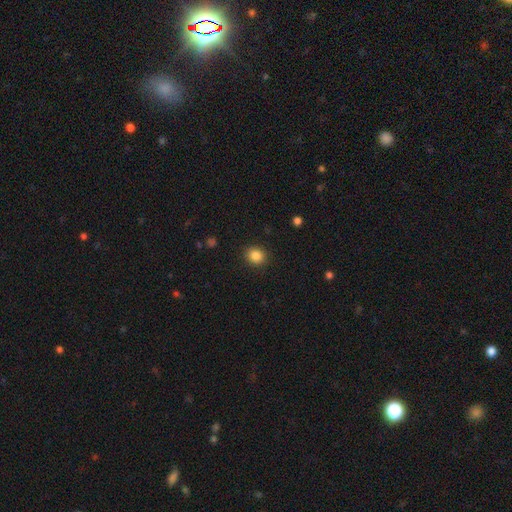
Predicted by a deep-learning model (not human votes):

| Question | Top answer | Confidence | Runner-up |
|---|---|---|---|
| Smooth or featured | smooth | 86% | star or artifact (10%) |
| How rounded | round | 77% | in between (22%) |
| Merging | none | 90% | minor disturbance (7%) |